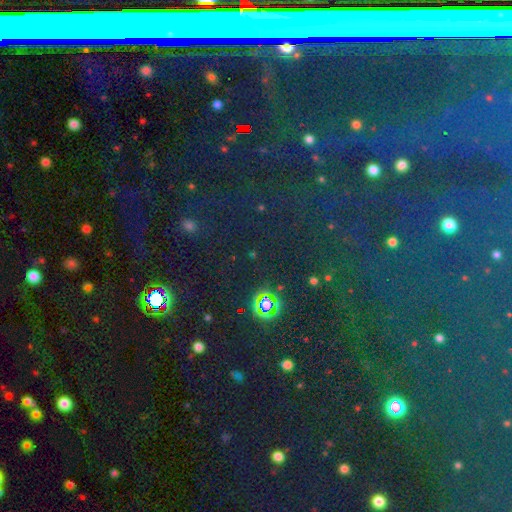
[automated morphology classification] Q: Smooth or featured?
A: star or artifact (74%); runner-up: smooth (18%)